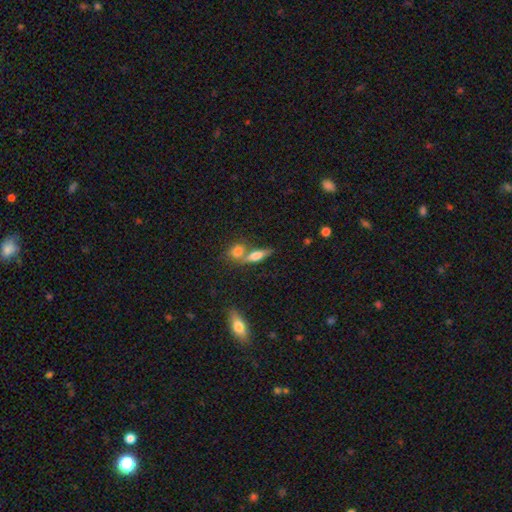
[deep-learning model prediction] The model was most divided on "how rounded": in between: 51%, cigar-shaped: 43%, round: 6%. Remaining: smooth or featured — smooth (63%); merging — none (48%).